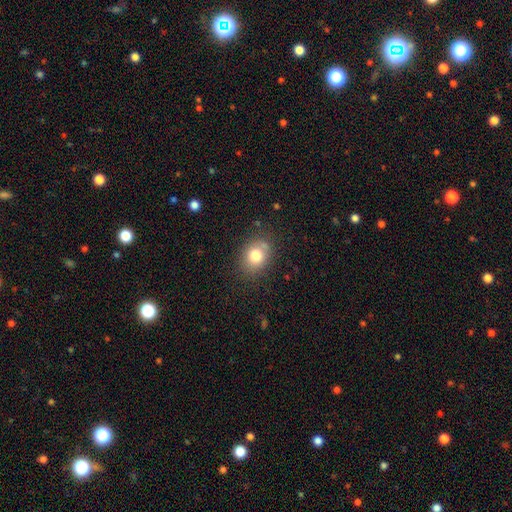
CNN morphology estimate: smooth 77%, featured or disk 12%, star or artifact 11%. Down the decision tree: how rounded — round (51%); merging — none (74%).